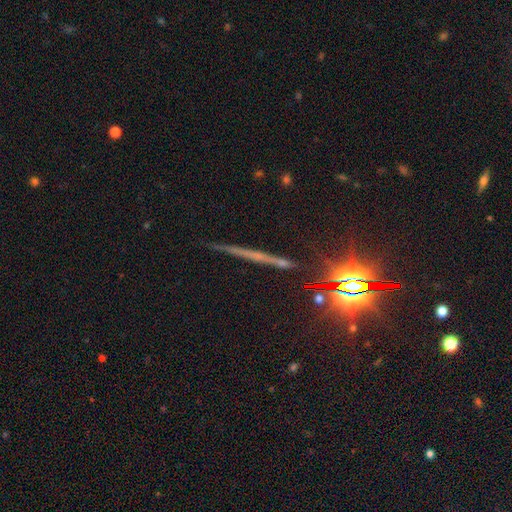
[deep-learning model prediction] Smooth or featured? featured or disk (45%)
Merging? none (85%)